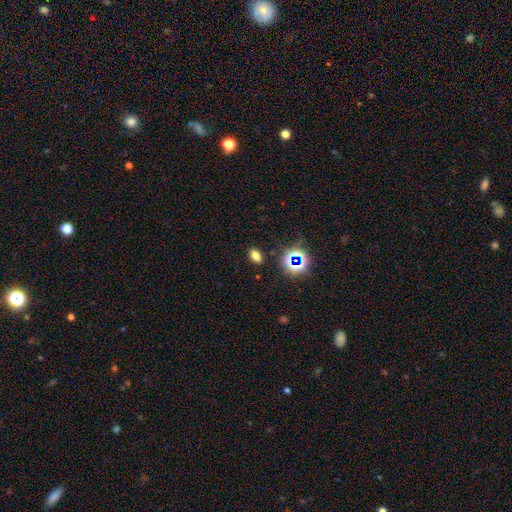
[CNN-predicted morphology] smooth-or-featured: smooth: 69% | star or artifact: 23% | featured or disk: 7%
  how-rounded: in between: 85% | round: 11% | cigar-shaped: 3%
  merging: none: 88% | minor disturbance: 8% | major disturbance: 3% | merger: 2%